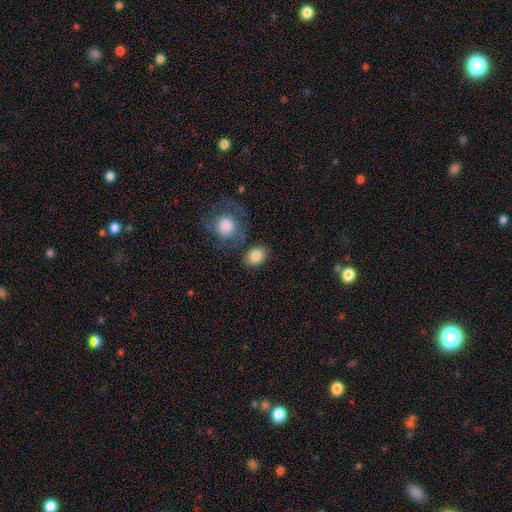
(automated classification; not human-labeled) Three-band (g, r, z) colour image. It shows a smooth galaxy with no disk features (83%) that is in between round and cigar-shaped (54%). Merging: none (74%).